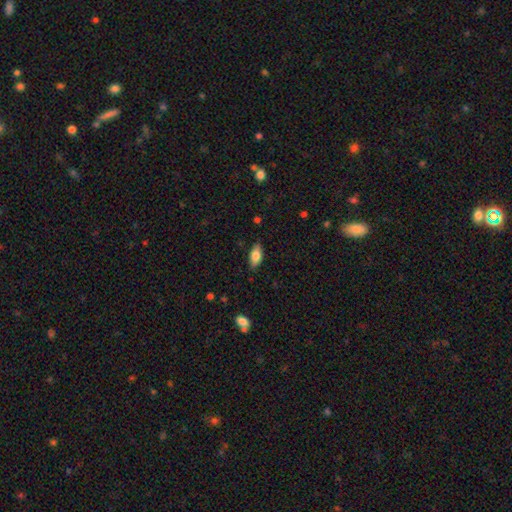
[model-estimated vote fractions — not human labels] A smooth galaxy with no disk features (76%) that is in between round and cigar-shaped (86%).

Vote fractions:
- Smooth or featured? smooth: 76% / featured or disk: 17% / star or artifact: 7%
- How rounded? in between: 86% / cigar-shaped: 10% / round: 3%
- Merging? none: 84% / minor disturbance: 13% / major disturbance: 2% / merger: 1%